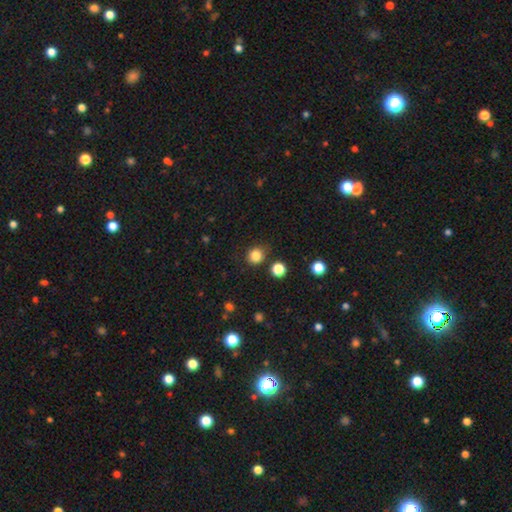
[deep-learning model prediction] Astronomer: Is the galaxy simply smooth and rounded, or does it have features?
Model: smooth — 83%.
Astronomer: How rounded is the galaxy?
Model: round — 85%.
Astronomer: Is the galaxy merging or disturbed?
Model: none — 85%.